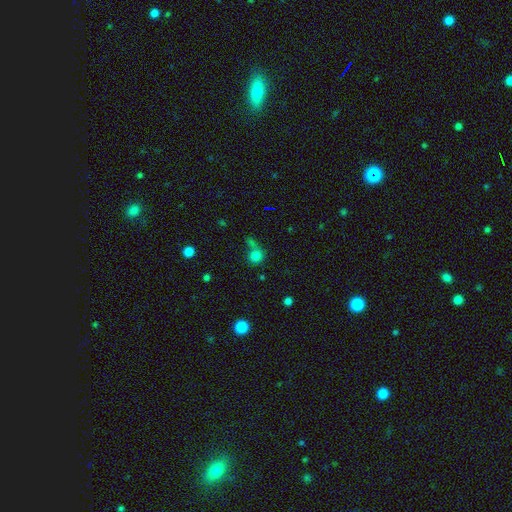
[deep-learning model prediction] The model was most divided on "merging": none: 51%, merger: 31%, minor disturbance: 11%, major disturbance: 7%. More confident: how rounded — round (83%); smooth or featured — smooth (78%).